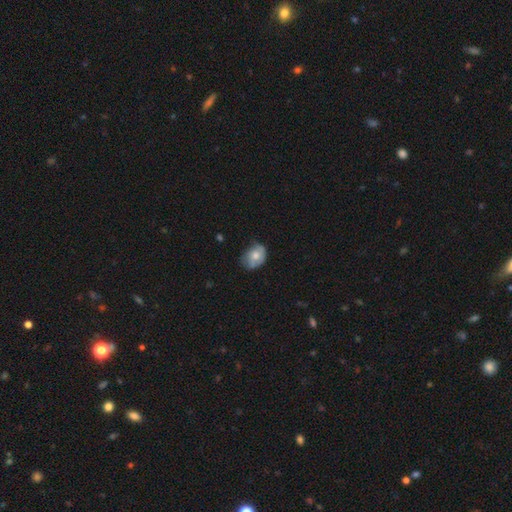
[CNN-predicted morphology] smooth 58%, featured or disk 34%, star or artifact 7%. Down the decision tree: how rounded — in between (65%); merging — none (49%).